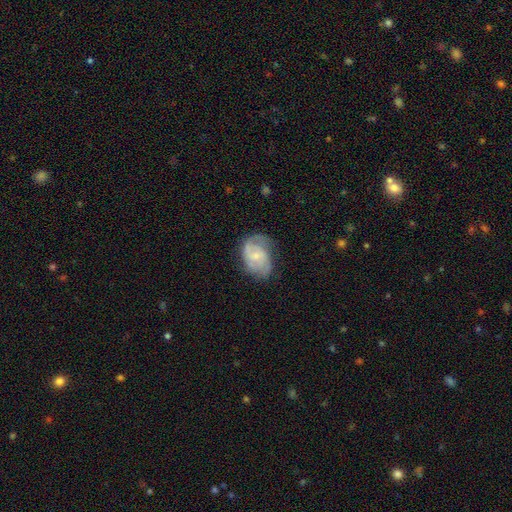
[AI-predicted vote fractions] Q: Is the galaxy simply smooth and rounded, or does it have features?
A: featured or disk — 72%.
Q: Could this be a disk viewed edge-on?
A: no — 98%.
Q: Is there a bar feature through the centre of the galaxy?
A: no — 52%.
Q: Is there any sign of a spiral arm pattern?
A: yes — 91%.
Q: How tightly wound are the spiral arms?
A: medium — 47%.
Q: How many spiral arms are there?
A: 2 — 56%.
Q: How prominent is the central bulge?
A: small — 61%.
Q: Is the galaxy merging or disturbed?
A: none — 57%.